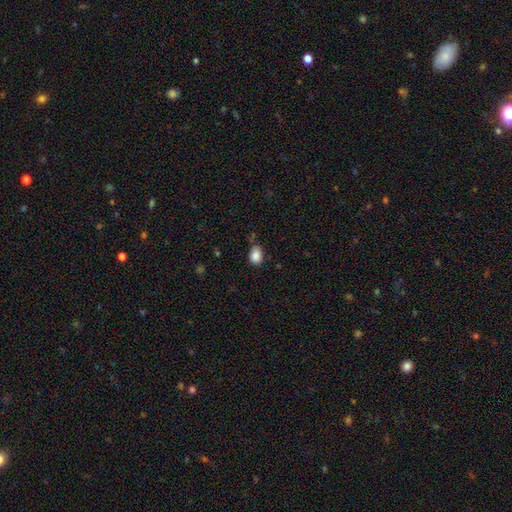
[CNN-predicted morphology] Smooth or featured: smooth — 87% (star or artifact — 9%)
How rounded: in between — 73% (round — 26%)
Merging: none — 70% (minor disturbance — 23%)